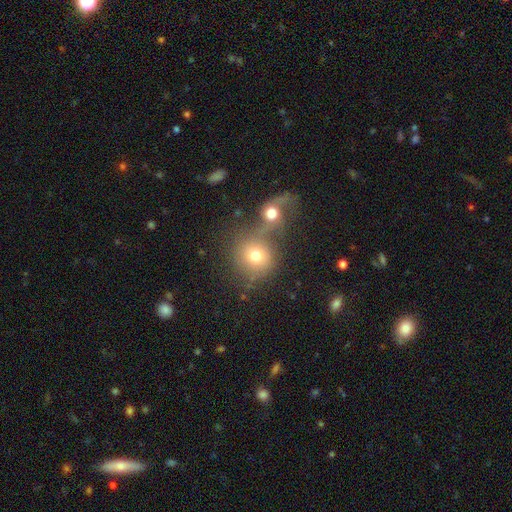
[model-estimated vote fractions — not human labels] The model was most divided on "merging": merger: 48%, none: 38%, minor disturbance: 7%, major disturbance: 6%. More confident: how rounded — round (86%); smooth or featured — smooth (71%).